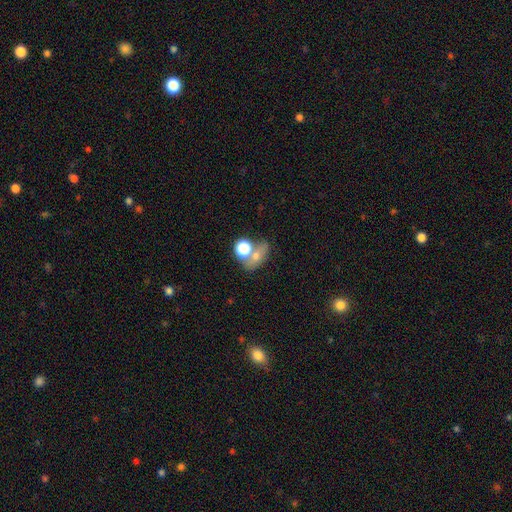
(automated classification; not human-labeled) Smooth or featured?
  - smooth: 63% *
  - featured or disk: 20%
  - star or artifact: 17%
How rounded?
  - in between: 58% *
  - round: 38%
  - cigar-shaped: 4%
Merging?
  - none: 41% *
  - merger: 40%
  - minor disturbance: 12%
  - major disturbance: 8%